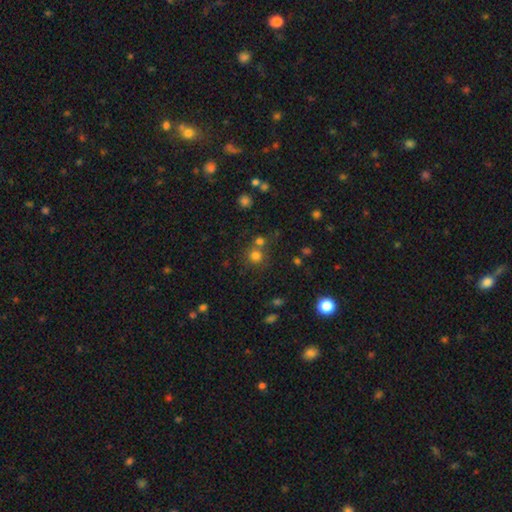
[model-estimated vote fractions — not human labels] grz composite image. It shows a smooth galaxy with no disk features (75%) that is round (89%). Merging: none (64%).